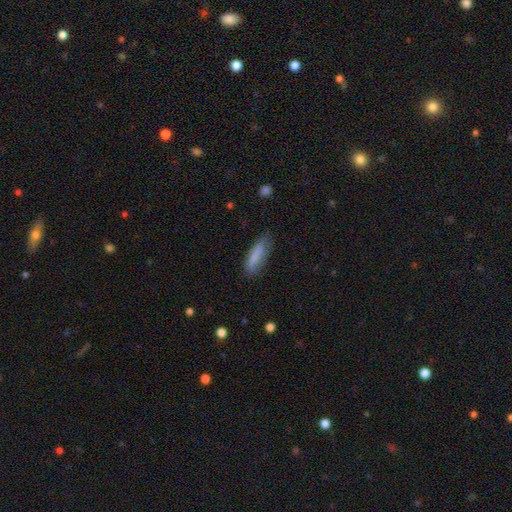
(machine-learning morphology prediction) The model was most divided on "how rounded": cigar-shaped: 60%, in between: 39%, round: 2%. More confident: smooth or featured — smooth (80%); merging — none (66%).